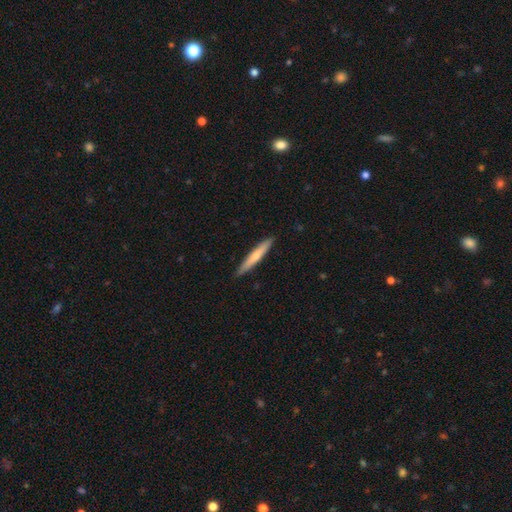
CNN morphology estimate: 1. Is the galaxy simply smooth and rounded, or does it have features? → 61% smooth, 34% featured or disk, 5% star or artifact.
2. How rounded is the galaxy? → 94% cigar-shaped, 4% in between, 1% round.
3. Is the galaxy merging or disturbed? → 90% none, 7% minor disturbance, 1% major disturbance, 1% merger.